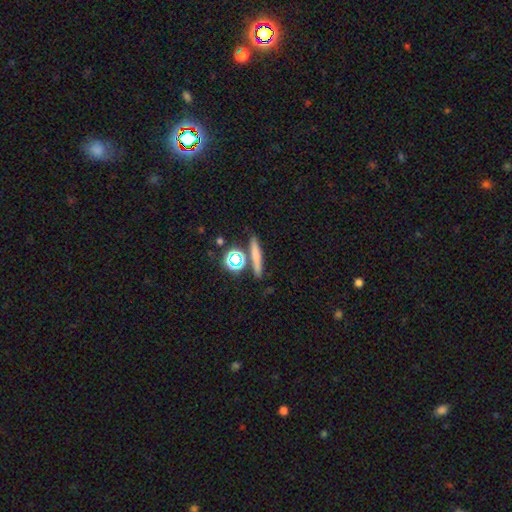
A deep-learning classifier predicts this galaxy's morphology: Smooth or featured? smooth (65%)
How rounded? cigar-shaped (75%)
Merging? none (79%)